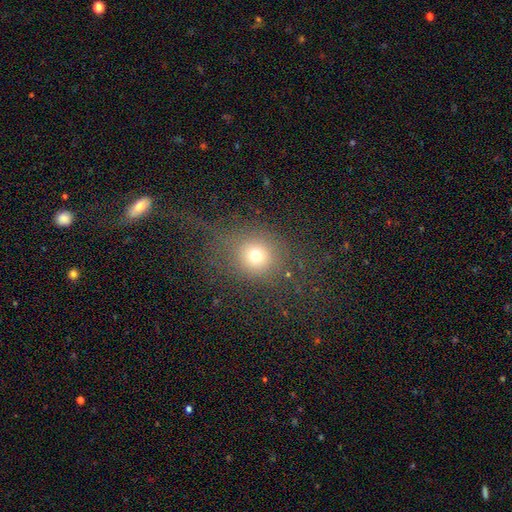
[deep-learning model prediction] smooth 70%, star or artifact 18%, featured or disk 12%. Down the decision tree: how rounded — round (83%); merging — none (62%).